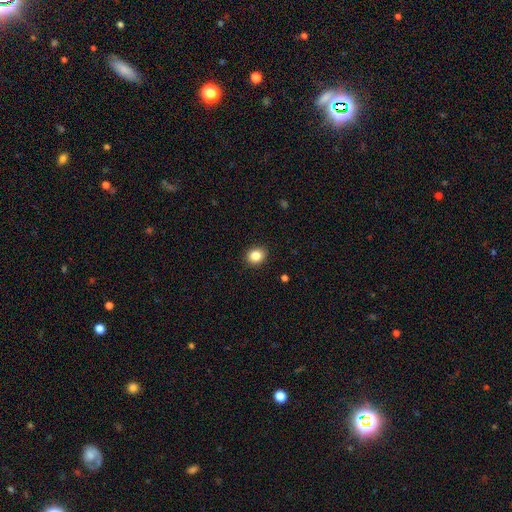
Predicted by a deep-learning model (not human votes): A smooth galaxy with no disk features (84%) that is round (64%). Merging: none (91%).